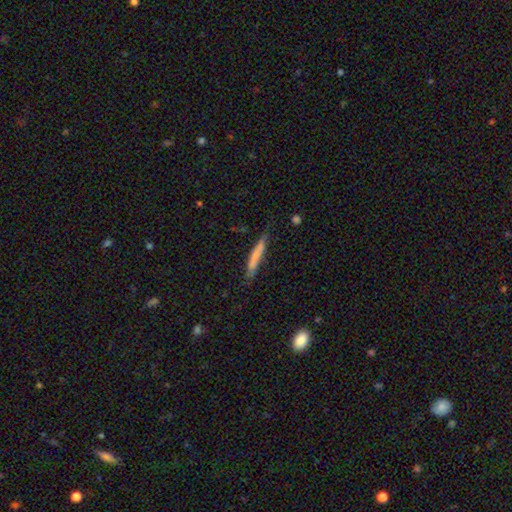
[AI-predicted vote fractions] smooth-or-featured: smooth: 65% | featured or disk: 28% | star or artifact: 6%
  how-rounded: cigar-shaped: 94% | in between: 5% | round: 2%
  merging: none: 71% | minor disturbance: 22% | major disturbance: 5% | merger: 3%